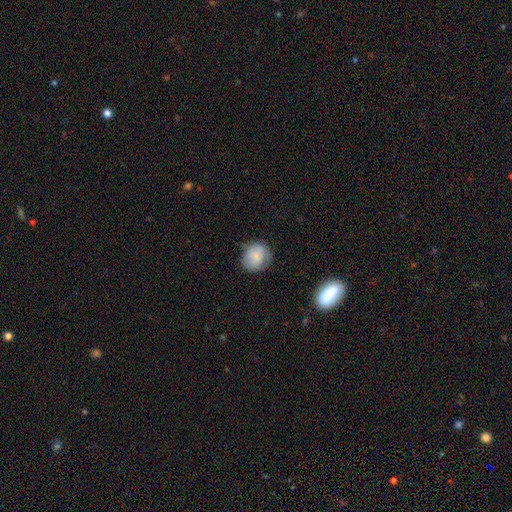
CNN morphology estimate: Smooth or featured? Predicted: smooth (p=0.75). How rounded? Predicted: round (p=0.77). Merging? Predicted: none (p=0.65).